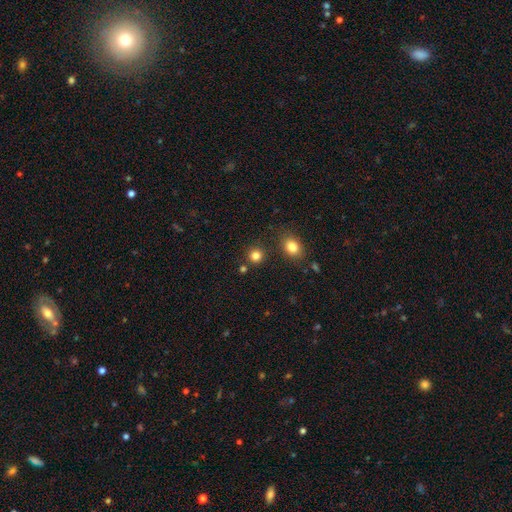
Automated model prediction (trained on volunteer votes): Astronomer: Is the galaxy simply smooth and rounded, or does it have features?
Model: smooth — 82%.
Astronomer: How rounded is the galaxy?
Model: round — 90%.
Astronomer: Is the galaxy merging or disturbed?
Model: none — 85%.